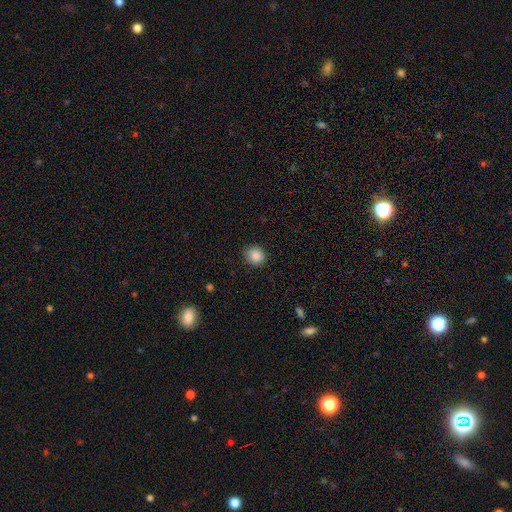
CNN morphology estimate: smooth 87%, star or artifact 9%, featured or disk 4%. Down the decision tree: how rounded — round (78%); merging — none (87%).